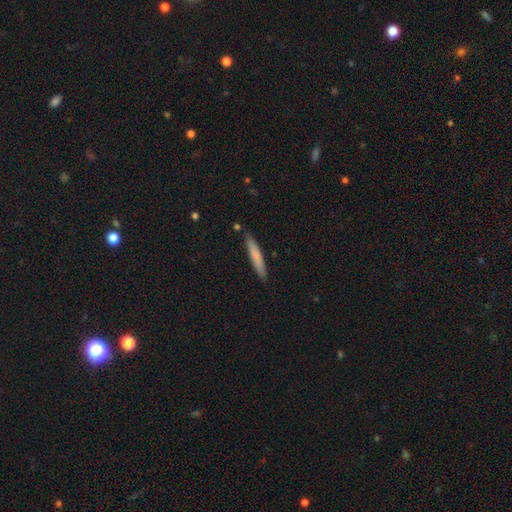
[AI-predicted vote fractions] This is likely a smooth galaxy (71%). How rounded: clearly cigar-shaped (93%). Merging: clearly none (86%).